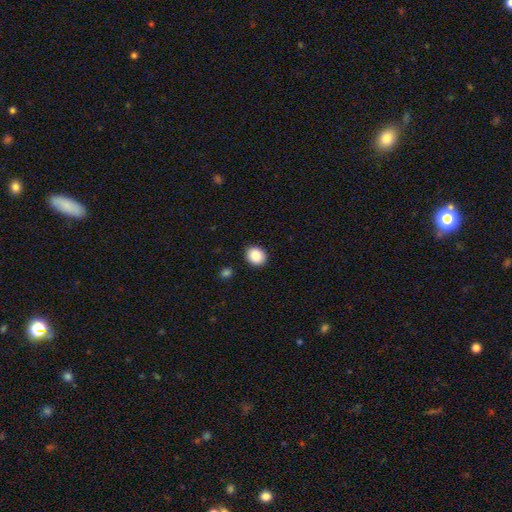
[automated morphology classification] A smooth galaxy with no disk features (88%) that is round (69%). Merging: none (90%).